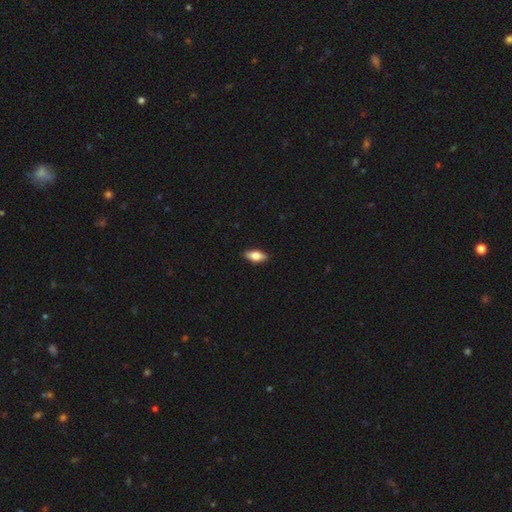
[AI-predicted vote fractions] smooth-or-featured: smooth: 73% | featured or disk: 21% | star or artifact: 7%
  how-rounded: in between: 83% | cigar-shaped: 14% | round: 3%
  merging: none: 89% | minor disturbance: 9% | major disturbance: 2% | merger: 1%